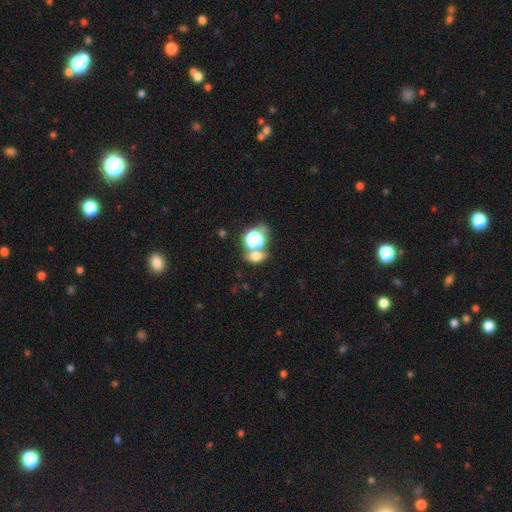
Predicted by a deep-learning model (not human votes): Smooth or featured?
  - smooth: 65% *
  - star or artifact: 24%
  - featured or disk: 12%
How rounded?
  - in between: 53% *
  - round: 44%
  - cigar-shaped: 3%
Merging?
  - none: 55% *
  - merger: 30%
  - minor disturbance: 10%
  - major disturbance: 5%